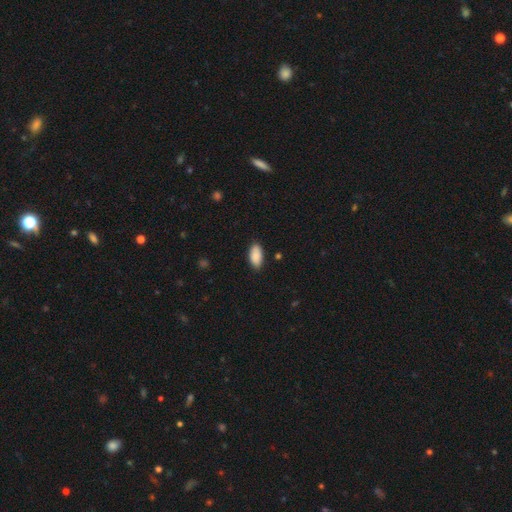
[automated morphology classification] Smooth or featured: smooth — 90% (star or artifact — 6%)
How rounded: in between — 93% (cigar-shaped — 5%)
Merging: none — 87% (minor disturbance — 10%)